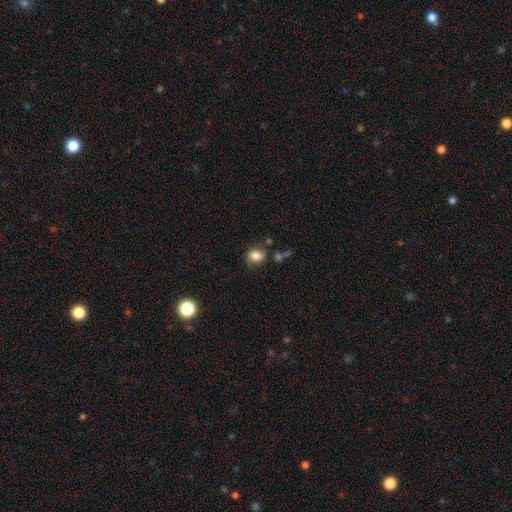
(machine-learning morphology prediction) This appears to be a smooth galaxy with no disk features (80%) that is round (52%). Merging: none (63%).